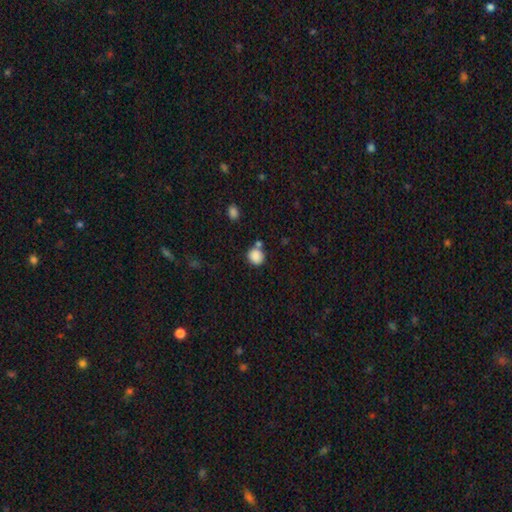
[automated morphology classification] This is clearly a smooth galaxy (87%). How rounded: clearly round (85%). Merging: likely none (69%).